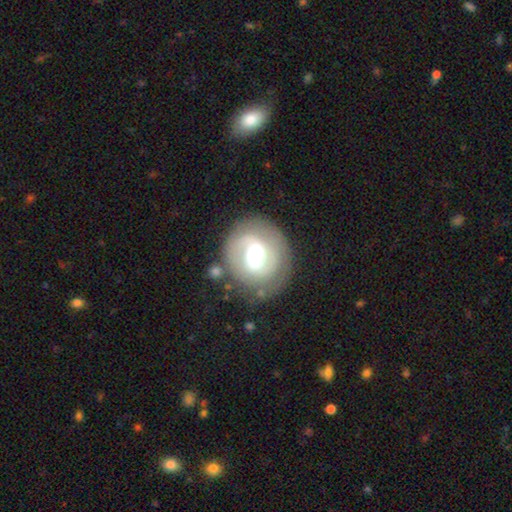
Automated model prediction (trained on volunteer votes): smooth-or-featured: featured or disk: 64% | smooth: 30% | star or artifact: 7%
  disk-edge-on: no: 97% | yes: 3%
    bar: weak: 48% | no: 30% | strong: 22%
    has-spiral-arms: yes: 75% | no: 25%
    bulge-size: moderate: 61% | large: 27% | small: 8% | dominant: 3% | none: 1%
  merging: none: 73% | minor disturbance: 15% | major disturbance: 9% | merger: 4%